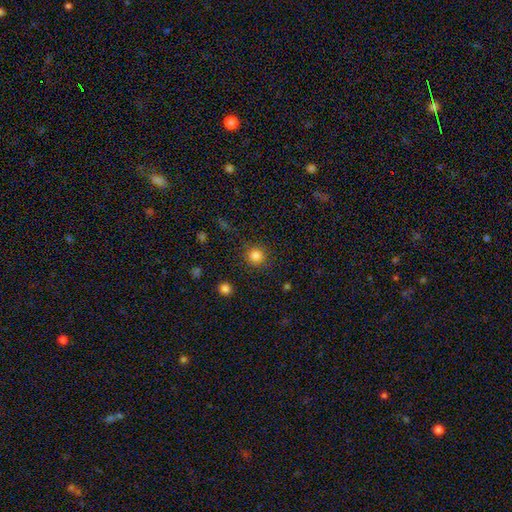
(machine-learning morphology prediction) Smooth or featured? smooth (84%)
How rounded? round (94%)
Merging? none (88%)